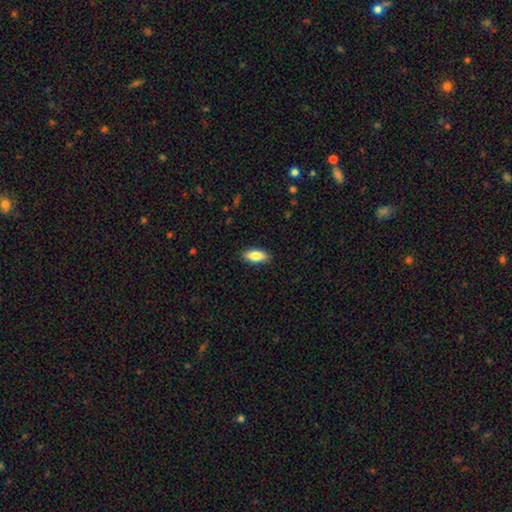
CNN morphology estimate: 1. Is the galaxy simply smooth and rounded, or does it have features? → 83% smooth, 10% featured or disk, 6% star or artifact.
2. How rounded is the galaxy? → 83% in between, 14% cigar-shaped, 2% round.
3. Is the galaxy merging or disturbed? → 89% none, 8% minor disturbance, 2% major disturbance, 1% merger.